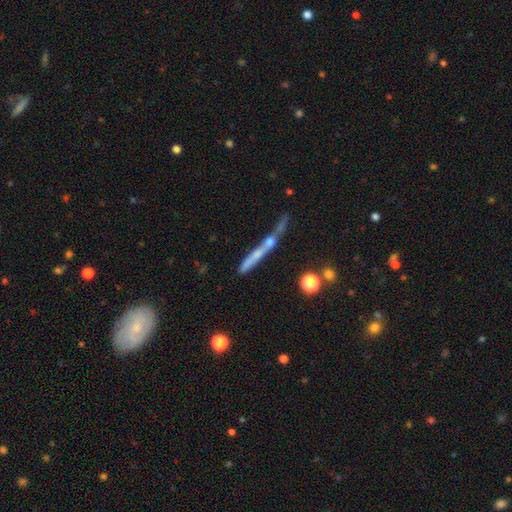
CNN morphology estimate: A featured or disk galaxy (48%). Merging: merger (40%).